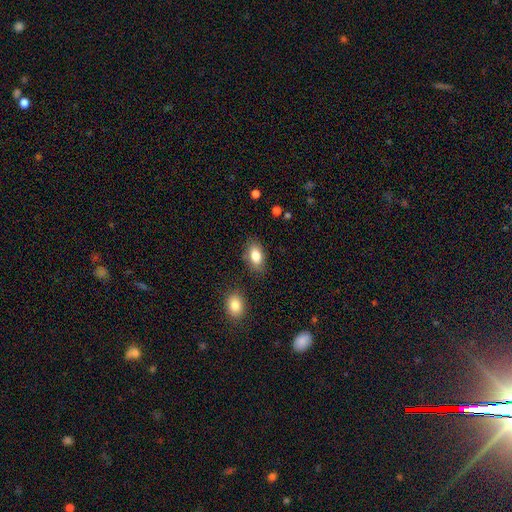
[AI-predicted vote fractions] Q: Smooth or featured?
A: smooth (82%); runner-up: featured or disk (10%)
Q: How rounded?
A: in between (89%); runner-up: round (8%)
Q: Merging?
A: none (82%); runner-up: minor disturbance (12%)